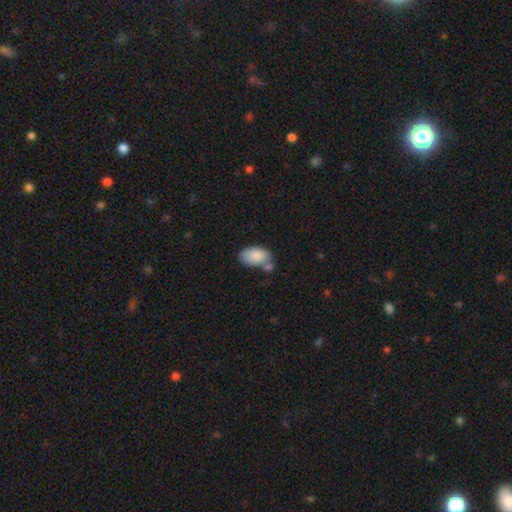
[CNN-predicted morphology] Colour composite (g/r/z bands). It shows a smooth galaxy with no disk features (86%) that is in between round and cigar-shaped (94%). Merging: none (50%).